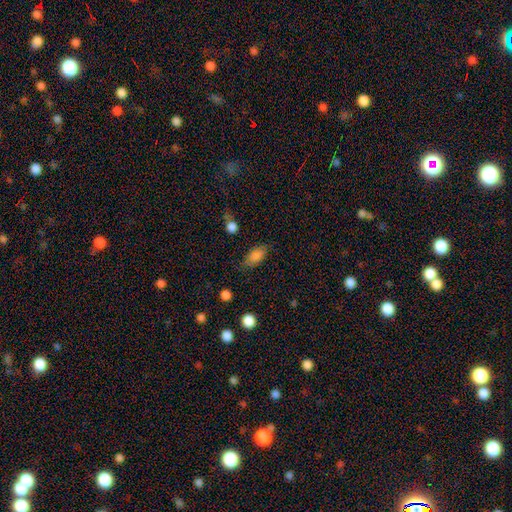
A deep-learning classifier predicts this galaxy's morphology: Q: Smooth or featured?
A: smooth (82%); runner-up: featured or disk (9%)
Q: How rounded?
A: in between (87%); runner-up: cigar-shaped (7%)
Q: Merging?
A: none (73%); runner-up: minor disturbance (19%)